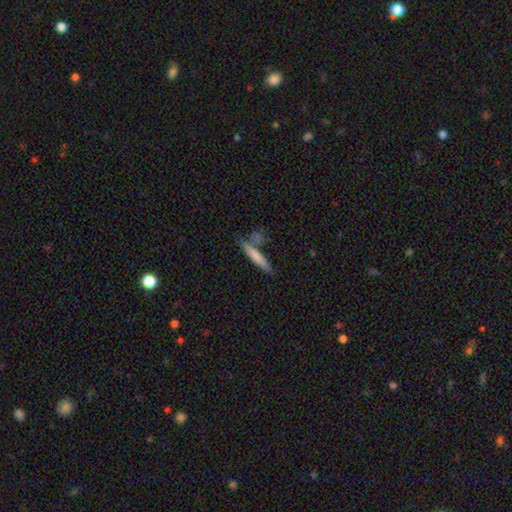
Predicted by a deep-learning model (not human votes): smooth_or_featured: smooth (p=0.73) [alt: featured or disk p=0.21]
how_rounded: cigar-shaped (p=0.90) [alt: in between p=0.08]
merging: none (p=0.70) [alt: minor disturbance p=0.14]